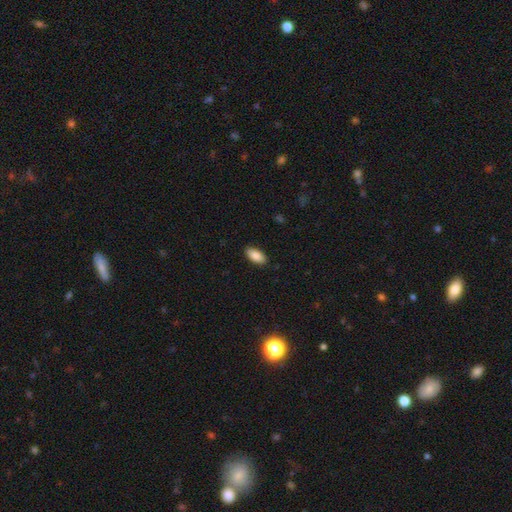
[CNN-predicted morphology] Smooth or featured? smooth (87%)
How rounded? in between (91%)
Merging? none (89%)